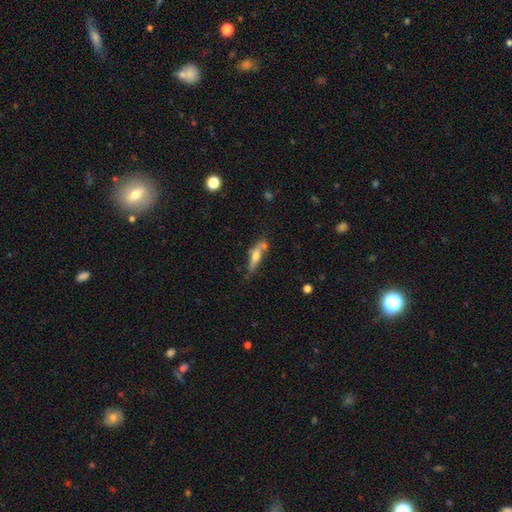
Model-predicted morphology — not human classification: The model was most divided on "smooth or featured": smooth: 47%, featured or disk: 46%, star or artifact: 7%. More confident: merging — none (51%).